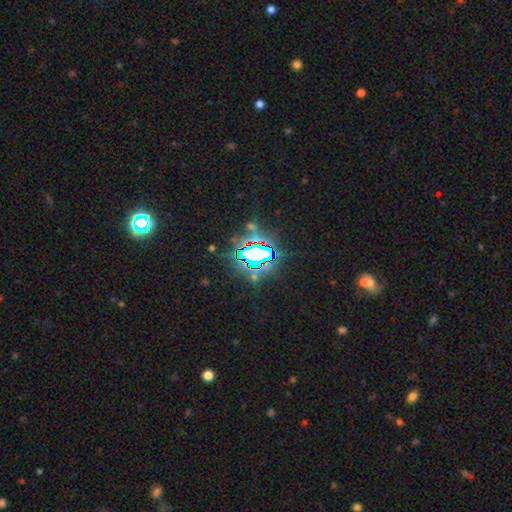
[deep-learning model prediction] Morphology: type=star or artifact (74%).